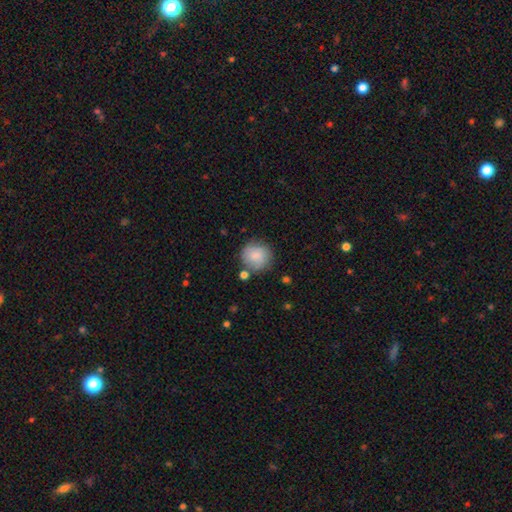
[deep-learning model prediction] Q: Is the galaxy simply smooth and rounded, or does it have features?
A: smooth — 82%.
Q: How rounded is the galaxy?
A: round — 91%.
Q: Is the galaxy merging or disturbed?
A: none — 73%.